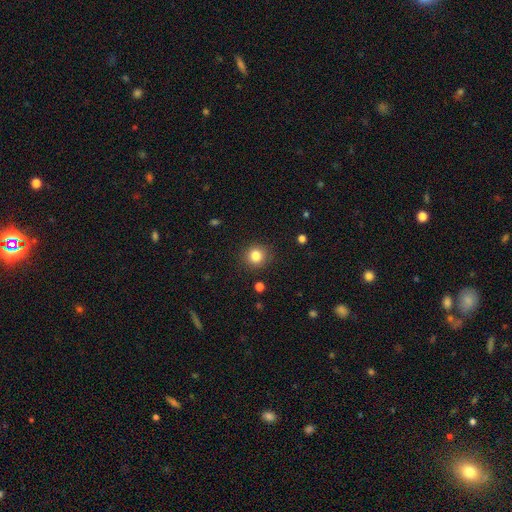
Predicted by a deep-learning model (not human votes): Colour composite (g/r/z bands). It shows a smooth galaxy with no disk features (82%) that is round (90%). Merging: none (89%).